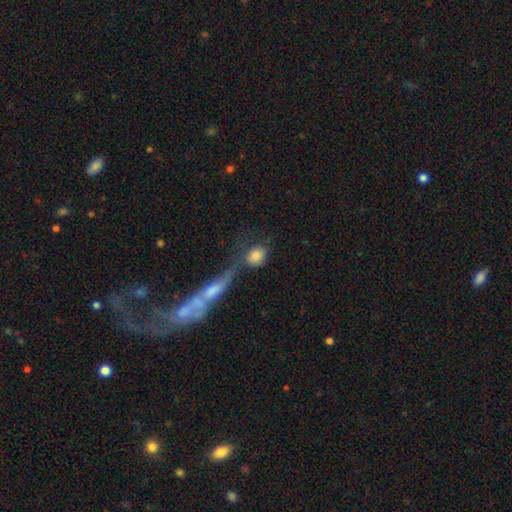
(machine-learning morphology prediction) Smooth or featured?
  - smooth: 80% *
  - featured or disk: 12%
  - star or artifact: 8%
How rounded?
  - round: 60% *
  - in between: 34%
  - cigar-shaped: 6%
Merging?
  - none: 49% *
  - merger: 30%
  - minor disturbance: 13%
  - major disturbance: 8%